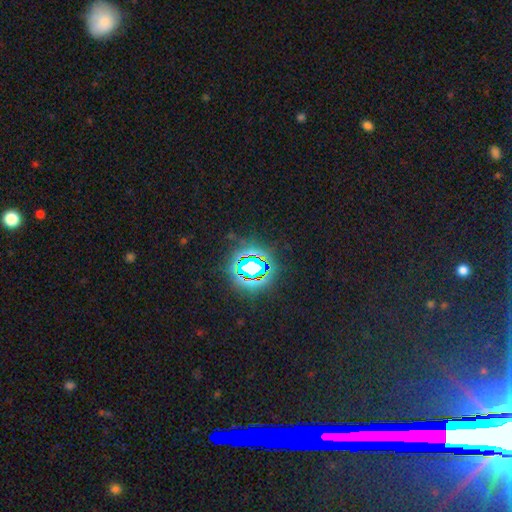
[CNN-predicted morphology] star or artifact 75%, smooth 16%, featured or disk 9%.